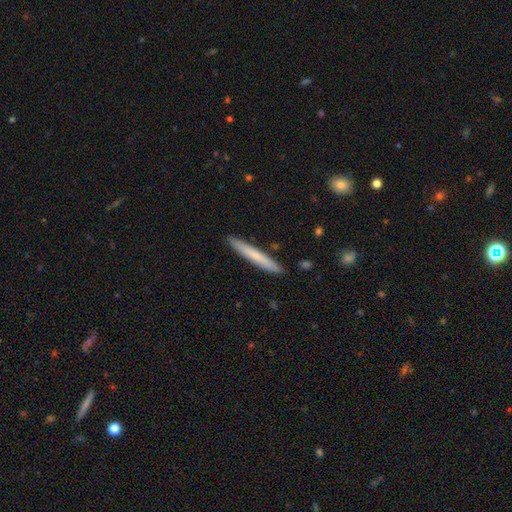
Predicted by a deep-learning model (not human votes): Smooth or featured? Predicted: smooth (p=0.66). How rounded? Predicted: cigar-shaped (p=0.96). Merging? Predicted: none (p=0.90).